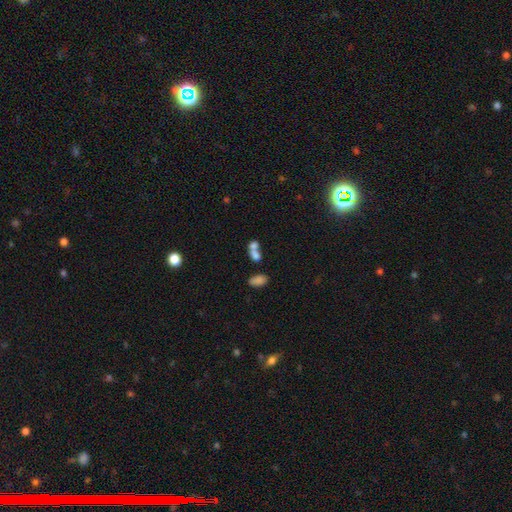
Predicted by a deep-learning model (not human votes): Smooth or featured: smooth — 72% (featured or disk — 16%)
How rounded: in between — 73% (round — 22%)
Merging: merger — 63% (none — 24%)